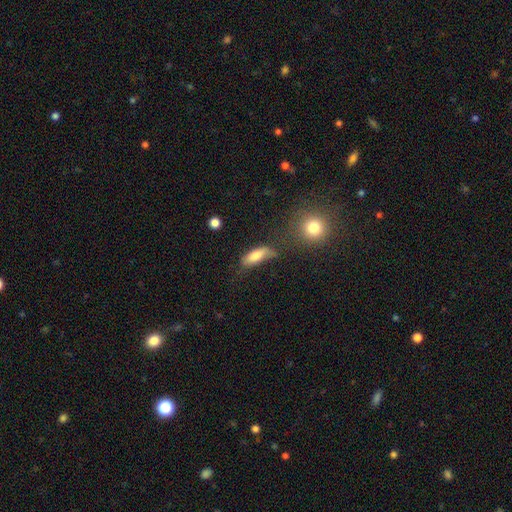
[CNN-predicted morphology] smooth 77%, featured or disk 15%, star or artifact 8%. Down the decision tree: how rounded — in between (71%); merging — none (44%).